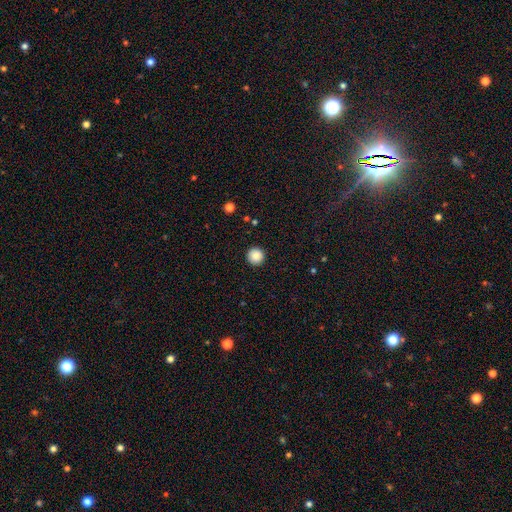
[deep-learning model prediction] Smooth or featured?
  - smooth: 88% *
  - star or artifact: 9%
  - featured or disk: 3%
How rounded?
  - round: 96% *
  - in between: 3%
  - cigar-shaped: 1%
Merging?
  - none: 93% *
  - minor disturbance: 4%
  - major disturbance: 2%
  - merger: 1%